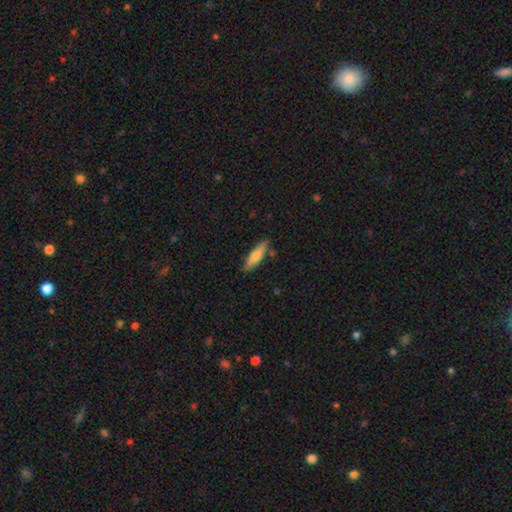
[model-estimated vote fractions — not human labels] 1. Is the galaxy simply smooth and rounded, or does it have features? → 66% smooth, 28% featured or disk, 6% star or artifact.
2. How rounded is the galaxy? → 68% cigar-shaped, 30% in between, 2% round.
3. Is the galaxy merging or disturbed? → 81% none, 13% minor disturbance, 4% merger, 2% major disturbance.